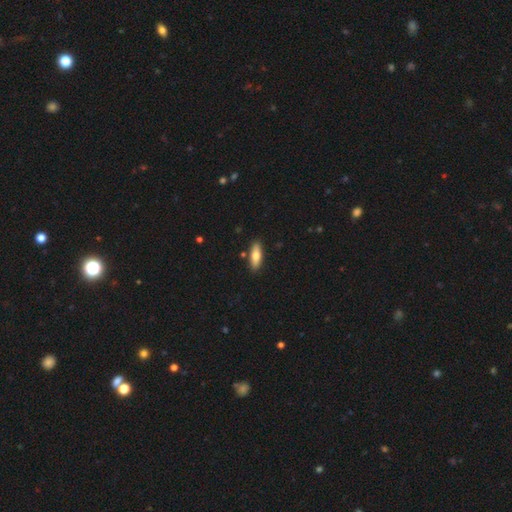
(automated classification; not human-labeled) Morphology: type=smooth (73%); roundness=in between (55%); merging=none (87%).